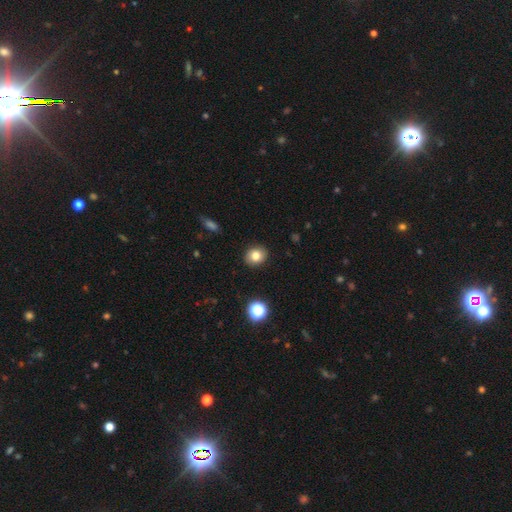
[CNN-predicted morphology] Smooth or featured: smooth — 80% (star or artifact — 11%)
How rounded: round — 64% (in between — 35%)
Merging: none — 89% (minor disturbance — 8%)